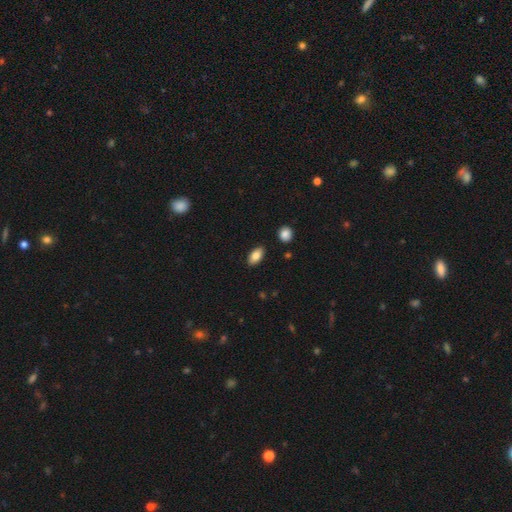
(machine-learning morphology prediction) The model was most divided on "smooth or featured": smooth: 84%, featured or disk: 9%, star or artifact: 7%. More confident: how rounded — in between (92%); merging — none (88%).